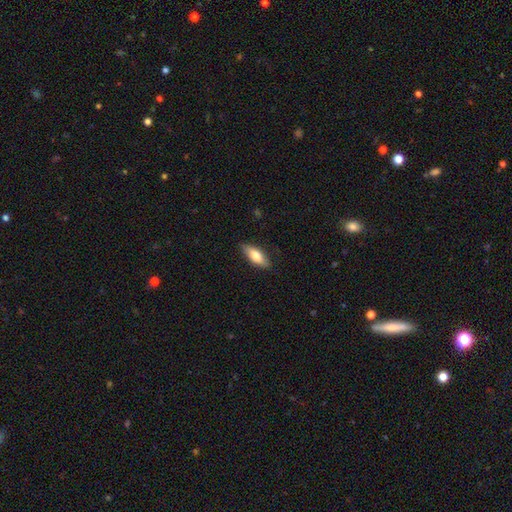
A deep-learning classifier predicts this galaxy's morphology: Smooth or featured?
  - smooth: 71% *
  - featured or disk: 23%
  - star or artifact: 6%
How rounded?
  - in between: 68% *
  - cigar-shaped: 29%
  - round: 2%
Merging?
  - none: 85% *
  - minor disturbance: 11%
  - major disturbance: 2%
  - merger: 1%